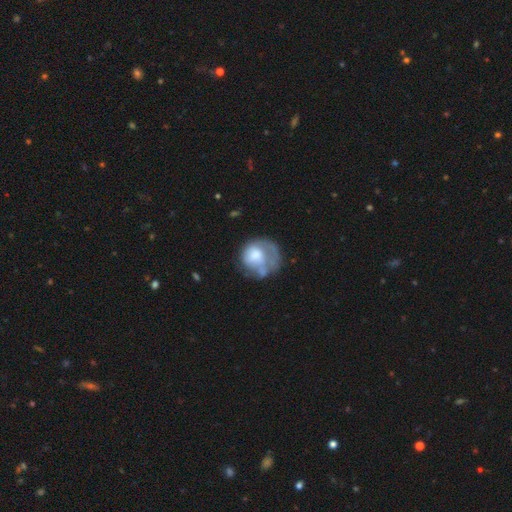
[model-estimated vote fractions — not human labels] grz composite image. It shows a smooth galaxy with no disk features (54%) that is round (77%). Merging: none (38%).